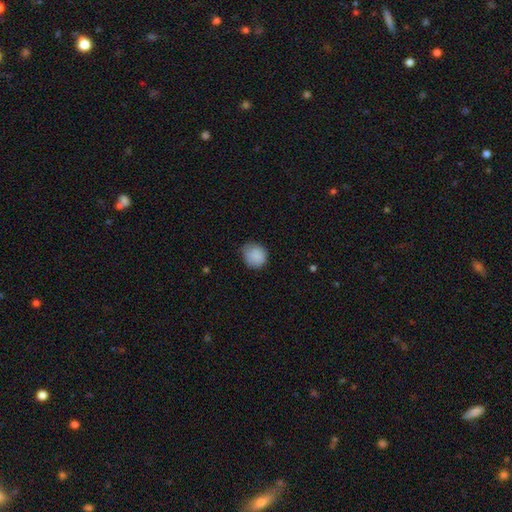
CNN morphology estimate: Q: Smooth or featured?
A: smooth (88%); runner-up: star or artifact (8%)
Q: How rounded?
A: round (82%); runner-up: in between (17%)
Q: Merging?
A: none (67%); runner-up: minor disturbance (27%)